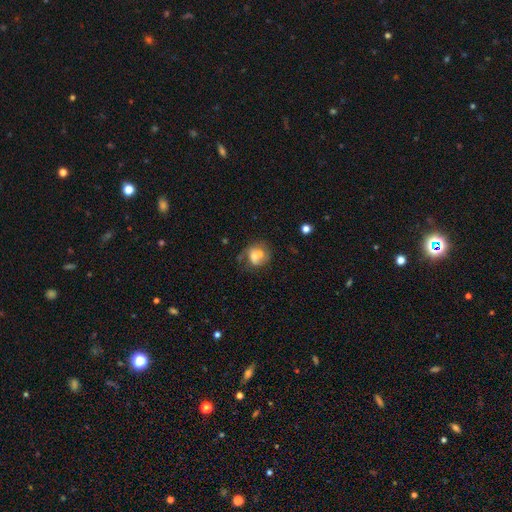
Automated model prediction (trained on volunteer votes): Smooth or featured: featured or disk — 49% (smooth — 42%)
Merging: merger — 44% (none — 31%)